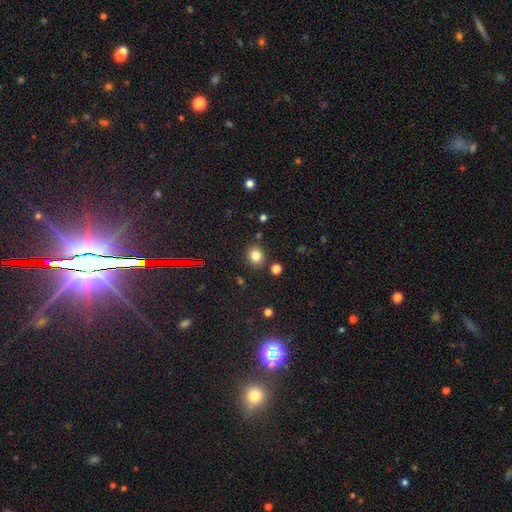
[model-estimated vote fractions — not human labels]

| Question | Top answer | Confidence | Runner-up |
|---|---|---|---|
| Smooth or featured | smooth | 81% | star or artifact (13%) |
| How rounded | round | 77% | in between (22%) |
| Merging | none | 85% | minor disturbance (8%) |